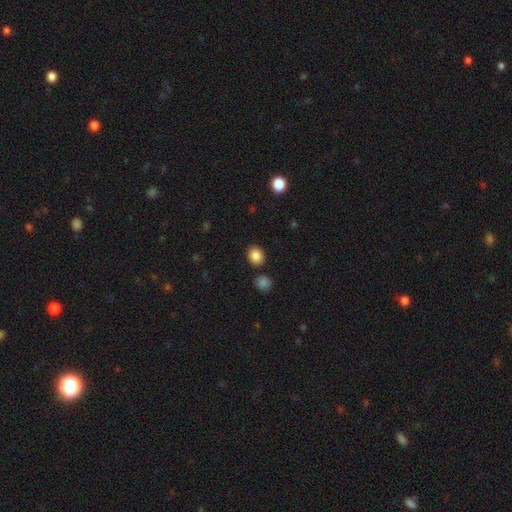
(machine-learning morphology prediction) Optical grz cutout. It shows a smooth galaxy with no disk features (86%) that is round (60%). Merging: none (85%).